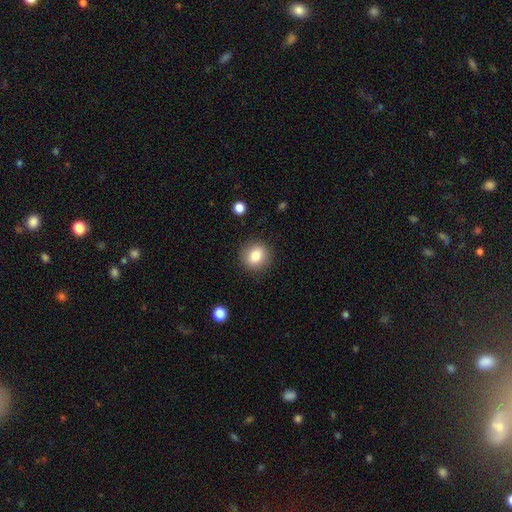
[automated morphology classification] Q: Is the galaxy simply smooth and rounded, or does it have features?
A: smooth — 83%.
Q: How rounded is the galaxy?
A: round — 79%.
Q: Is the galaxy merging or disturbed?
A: none — 88%.